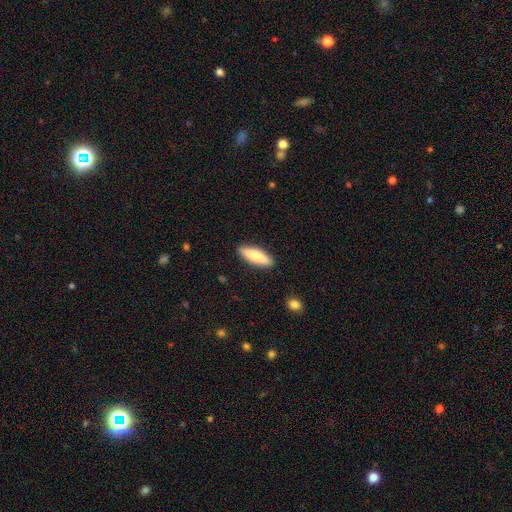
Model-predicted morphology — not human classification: Smooth or featured: smooth — 75% (featured or disk — 19%)
How rounded: cigar-shaped — 56% (in between — 42%)
Merging: none — 88% (minor disturbance — 8%)